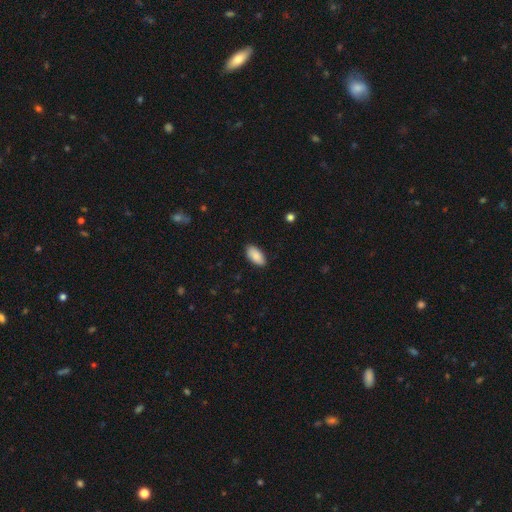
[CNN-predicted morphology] Smooth or featured?
  - smooth: 88% *
  - star or artifact: 6%
  - featured or disk: 6%
How rounded?
  - in between: 95% *
  - cigar-shaped: 4%
  - round: 2%
Merging?
  - none: 88% *
  - minor disturbance: 10%
  - major disturbance: 2%
  - merger: 1%